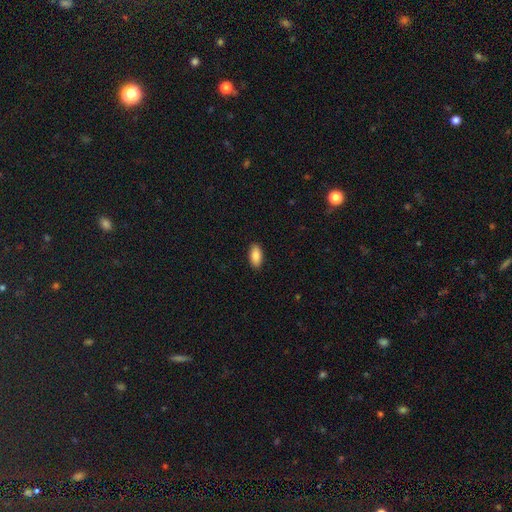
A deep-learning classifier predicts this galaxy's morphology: Overall: smooth (87%). How rounded: in between (92%). Merging: none (90%).